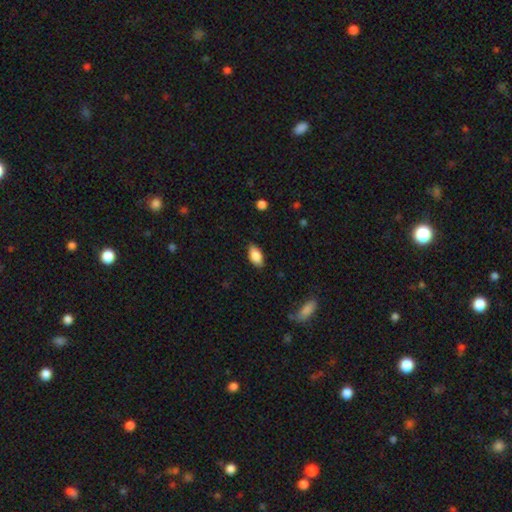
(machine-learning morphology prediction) smooth-or-featured: smooth: 84% | featured or disk: 9% | star or artifact: 7%
  how-rounded: in between: 91% | cigar-shaped: 6% | round: 3%
  merging: none: 84% | minor disturbance: 13% | major disturbance: 3% | merger: 1%